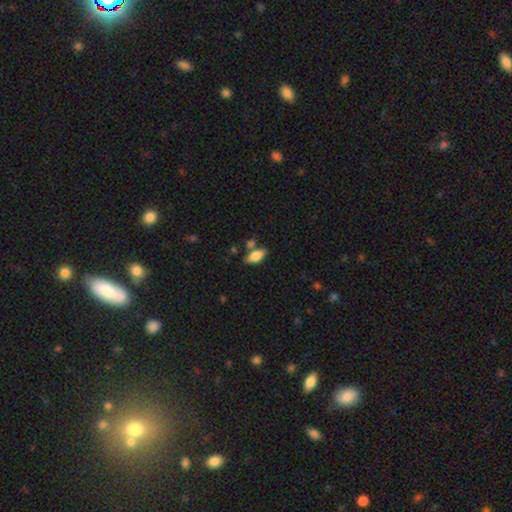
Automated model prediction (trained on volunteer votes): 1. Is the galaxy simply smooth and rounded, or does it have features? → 79% smooth, 14% featured or disk, 7% star or artifact.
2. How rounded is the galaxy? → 86% in between, 11% cigar-shaped, 3% round.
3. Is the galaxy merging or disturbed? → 69% none, 14% minor disturbance, 13% merger, 4% major disturbance.